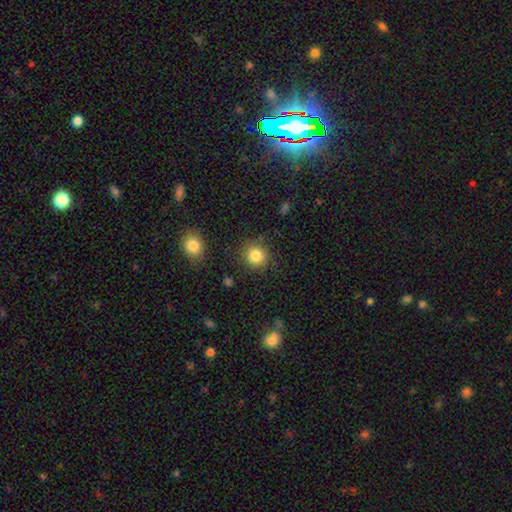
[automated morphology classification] Smooth or featured? Predicted: smooth (p=0.85). How rounded? Predicted: round (p=0.90). Merging? Predicted: none (p=0.86).